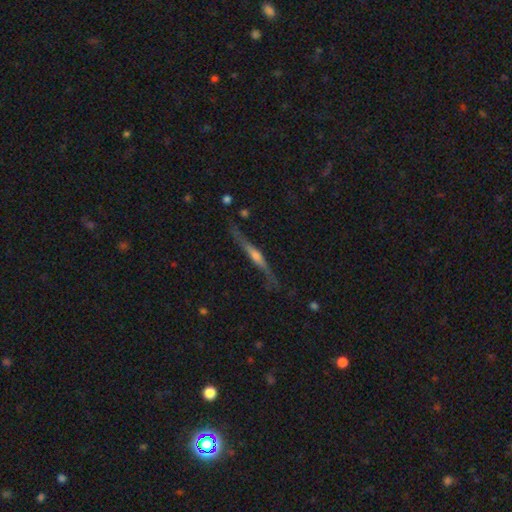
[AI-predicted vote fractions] This appears to be a featured or disk galaxy (75%) viewed edge-on (95%) with a rounded central bulge (75%). Merging: none (77%).